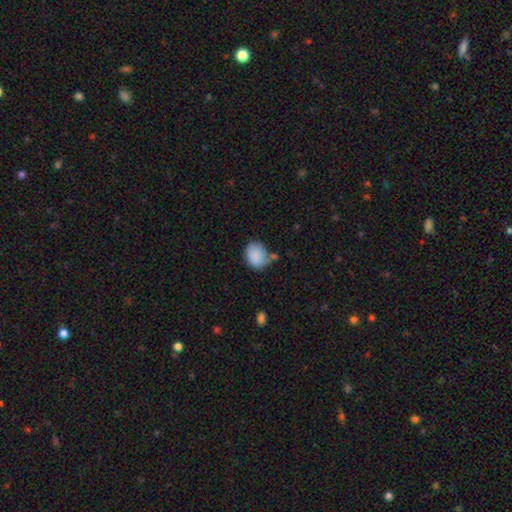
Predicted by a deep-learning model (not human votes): smooth_or_featured: smooth (p=0.87) [alt: star or artifact p=0.08]
how_rounded: round (p=0.52) [alt: in between p=0.47]
merging: none (p=0.58) [alt: minor disturbance p=0.25]